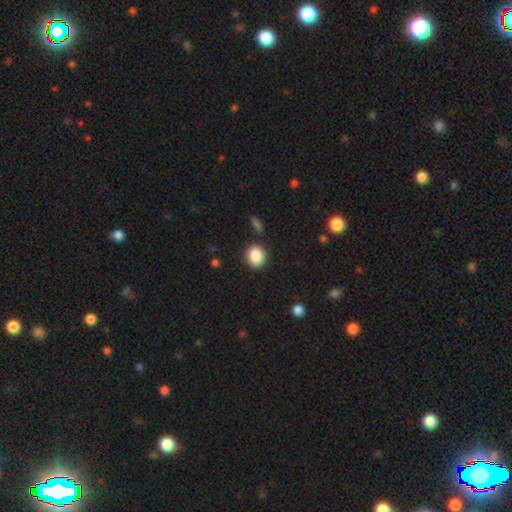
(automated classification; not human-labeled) Overall: smooth (88%). How rounded: round (72%). Merging: none (88%).